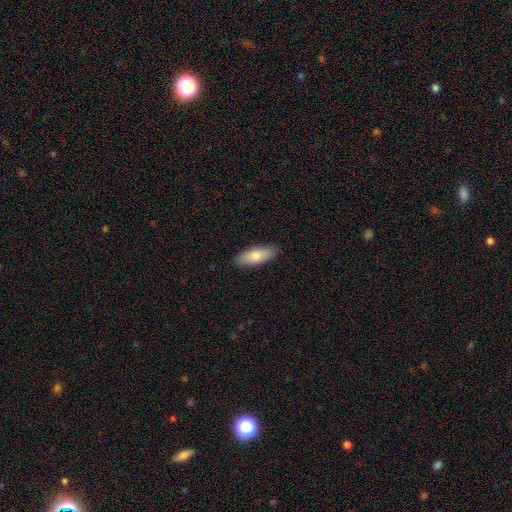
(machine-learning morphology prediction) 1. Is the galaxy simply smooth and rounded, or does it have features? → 81% smooth, 13% featured or disk, 6% star or artifact.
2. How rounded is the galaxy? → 71% in between, 27% cigar-shaped, 2% round.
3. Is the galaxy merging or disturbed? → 89% none, 8% minor disturbance, 2% major disturbance, 1% merger.